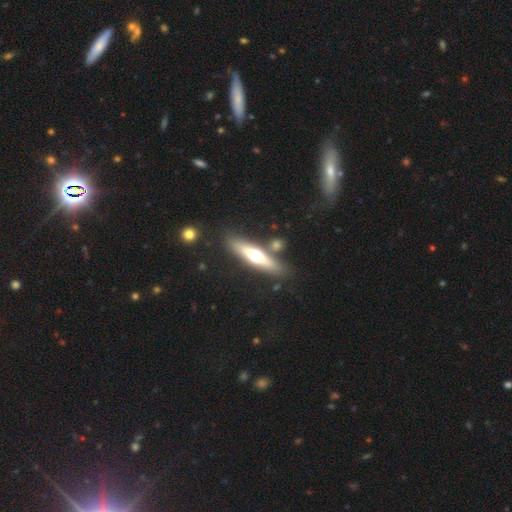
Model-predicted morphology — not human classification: Overall: featured or disk (55%; smooth 39%). Edge-on disk: yes (89%). Merging: none (78%).